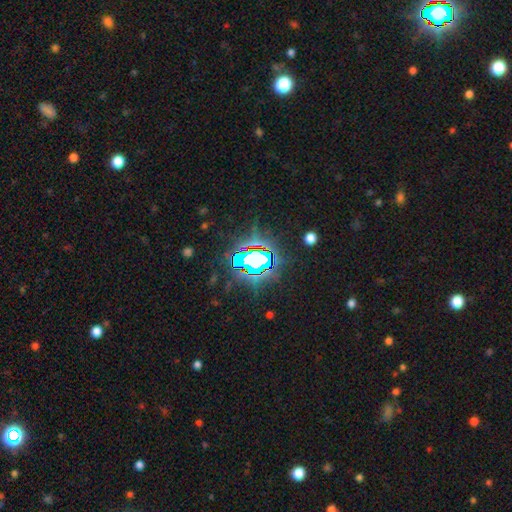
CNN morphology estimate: A star or artifact, not a galaxy (74%).